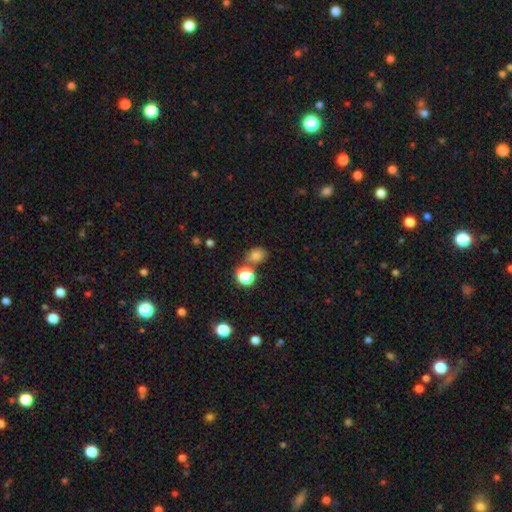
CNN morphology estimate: This appears to be a smooth galaxy with no disk features (75%) that is round (50%). Merging: none (67%).